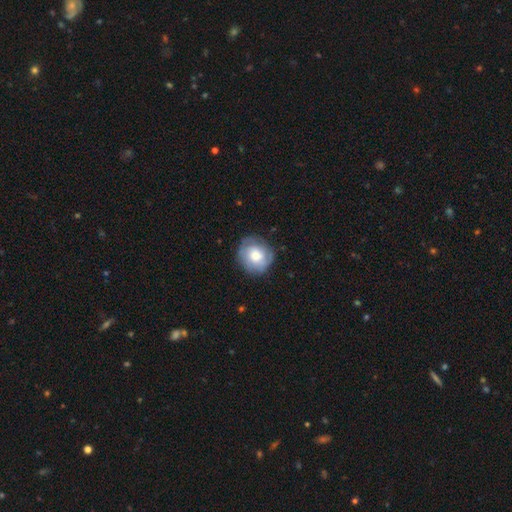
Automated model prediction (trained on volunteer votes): This appears to be a smooth galaxy with no disk features (61%) that is round (85%). Merging: none (75%).